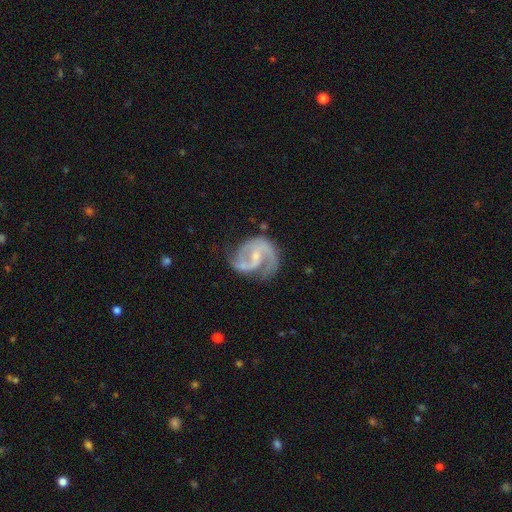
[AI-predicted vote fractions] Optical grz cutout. It shows a featured or disk galaxy (91%) with a weak bar (47%), 2 (83%) medium (58%) spiral arms (98%) and a small central bulge (65%). Merging: none (62%).